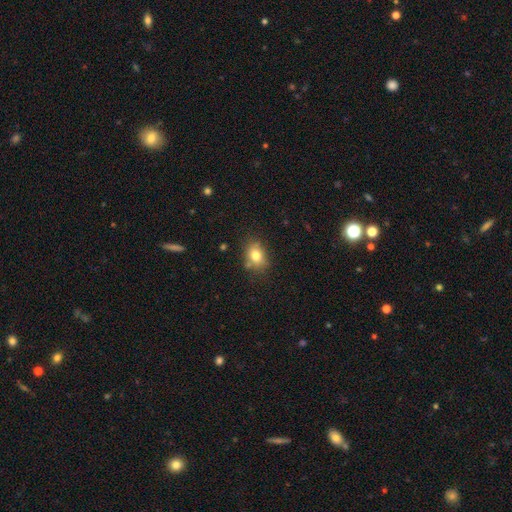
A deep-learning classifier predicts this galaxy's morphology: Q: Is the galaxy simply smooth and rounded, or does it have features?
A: smooth — 79%.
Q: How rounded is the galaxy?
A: in between — 67%.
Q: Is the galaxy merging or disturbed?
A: none — 73%.